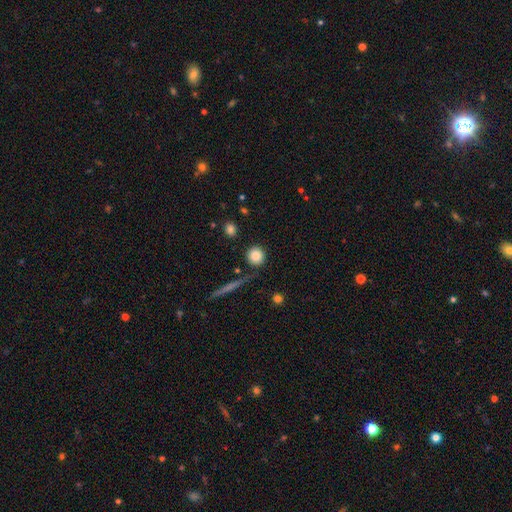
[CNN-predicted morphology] type=smooth (84%); roundness=round (92%); merging=none (85%).